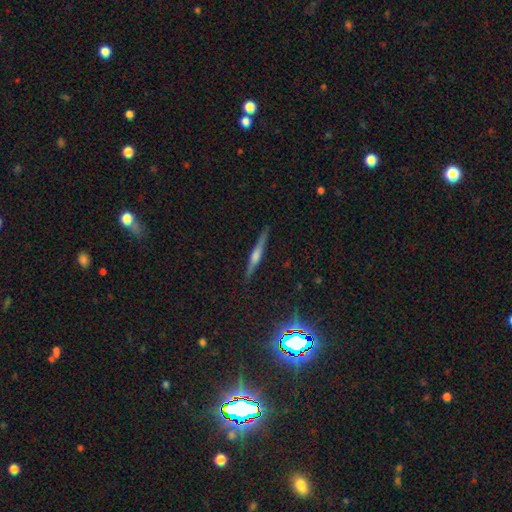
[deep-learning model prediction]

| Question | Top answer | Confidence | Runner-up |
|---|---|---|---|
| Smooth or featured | featured or disk | 67% | smooth (19%) |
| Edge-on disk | yes | 98% | no (2%) |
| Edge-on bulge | rounded | 76% | boxy (15%) |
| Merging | none | 90% | minor disturbance (7%) |